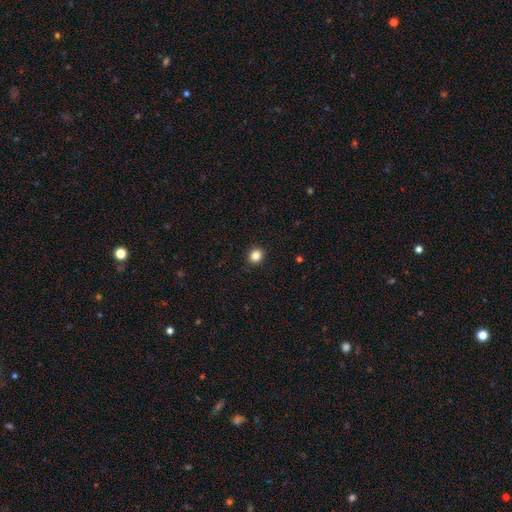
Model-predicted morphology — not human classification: A smooth galaxy with no disk features (85%) that is round (78%).

Vote fractions:
- Smooth or featured? smooth: 85% / star or artifact: 11% / featured or disk: 4%
- How rounded? round: 78% / in between: 21% / cigar-shaped: 1%
- Merging? none: 91% / minor disturbance: 6% / major disturbance: 2% / merger: 1%